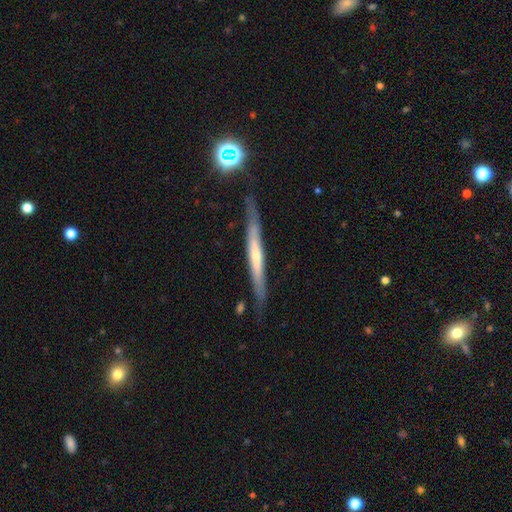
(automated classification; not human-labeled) Smooth or featured? featured or disk (68%)
Edge-on disk? yes (94%)
Edge-on bulge? none (51%)
Merging? none (83%)